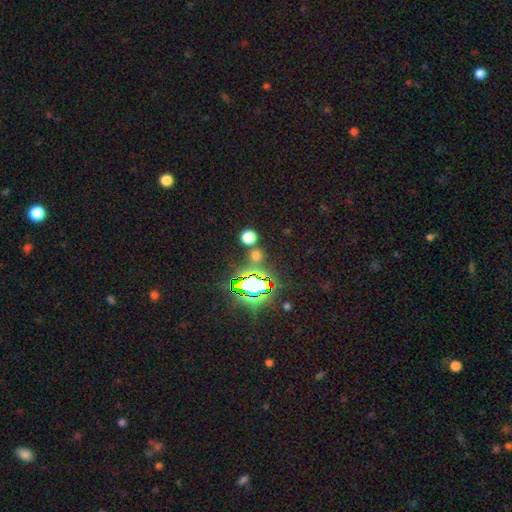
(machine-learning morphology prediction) Overall: smooth (49%; star or artifact 44%). Merging: none (78%).